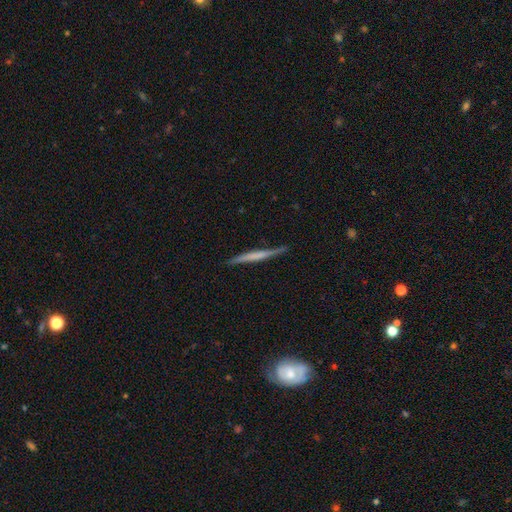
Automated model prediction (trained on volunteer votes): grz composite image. It shows a featured or disk galaxy (55%) viewed edge-on (96%) with no central bulge (65%). Merging: none (84%).